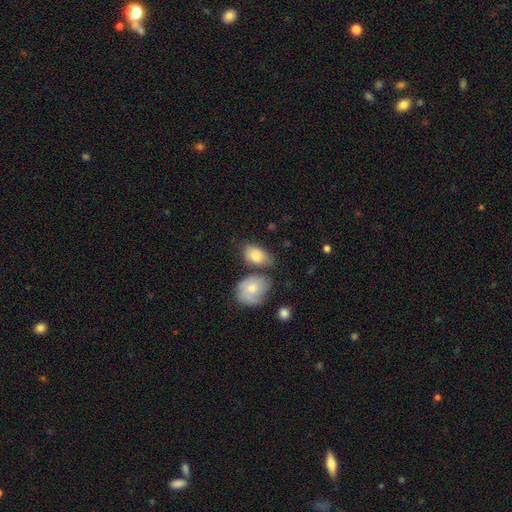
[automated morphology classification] smooth-or-featured: smooth: 79% | featured or disk: 14% | star or artifact: 6%
  how-rounded: in between: 87% | round: 11% | cigar-shaped: 2%
  merging: none: 49% | minor disturbance: 22% | merger: 22% | major disturbance: 7%